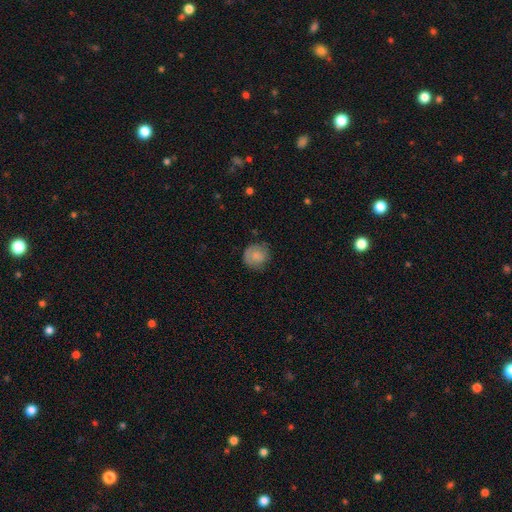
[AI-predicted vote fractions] smooth-or-featured: smooth: 77% | featured or disk: 15% | star or artifact: 8%
  how-rounded: round: 84% | in between: 15% | cigar-shaped: 1%
  merging: none: 72% | minor disturbance: 21% | major disturbance: 6% | merger: 1%